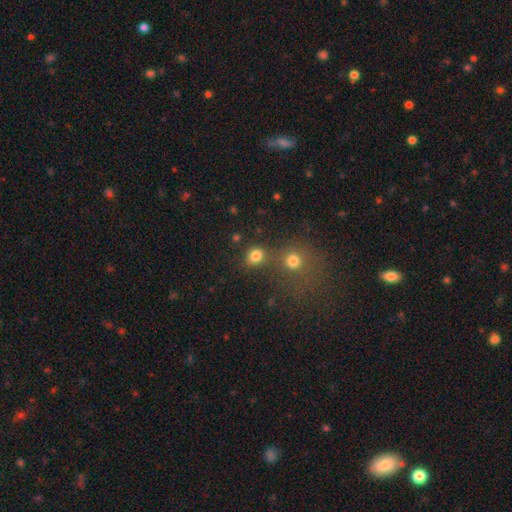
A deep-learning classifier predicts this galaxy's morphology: smooth-or-featured: smooth: 81% | star or artifact: 14% | featured or disk: 5%
  how-rounded: round: 80% | in between: 19% | cigar-shaped: 1%
  merging: none: 69% | merger: 18% | minor disturbance: 9% | major disturbance: 4%